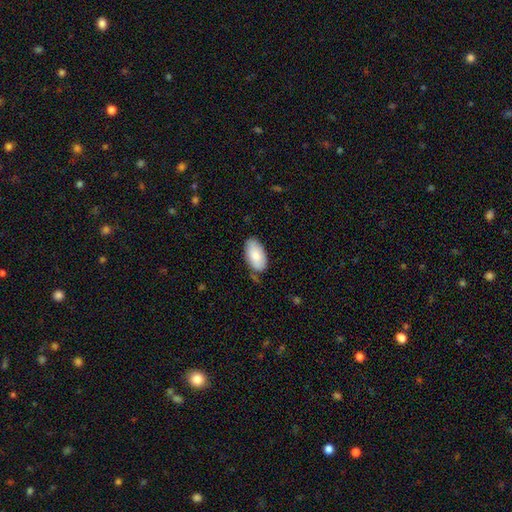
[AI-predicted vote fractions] smooth 83%, featured or disk 11%, star or artifact 6%. Down the decision tree: how rounded — in between (95%); merging — none (72%).